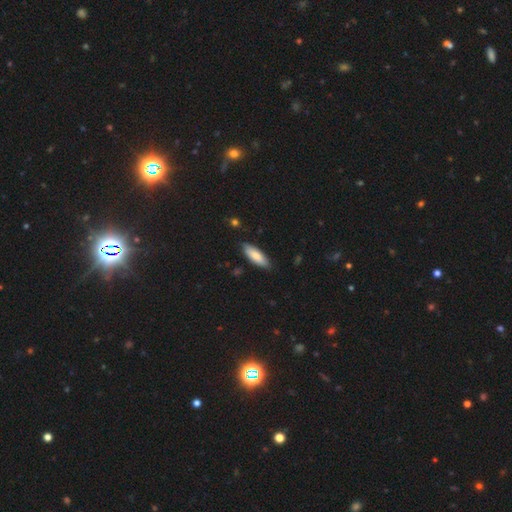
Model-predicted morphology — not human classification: A smooth galaxy with no disk features (81%) that is in between round and cigar-shaped (64%).

Vote fractions:
- Smooth or featured? smooth: 81% / featured or disk: 13% / star or artifact: 6%
- How rounded? in between: 64% / cigar-shaped: 34% / round: 2%
- Merging? none: 85% / minor disturbance: 12% / major disturbance: 2% / merger: 1%